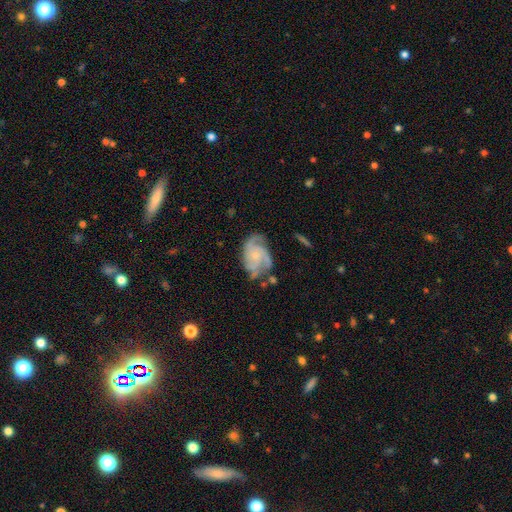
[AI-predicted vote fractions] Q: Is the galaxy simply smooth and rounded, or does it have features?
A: featured or disk — 82%.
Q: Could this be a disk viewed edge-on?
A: no — 98%.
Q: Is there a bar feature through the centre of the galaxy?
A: no — 74%.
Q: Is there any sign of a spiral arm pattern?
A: yes — 95%.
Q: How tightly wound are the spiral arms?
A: medium — 45%.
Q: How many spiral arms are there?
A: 3 — 45%.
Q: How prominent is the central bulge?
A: small — 60%.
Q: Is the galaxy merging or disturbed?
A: none — 59%.